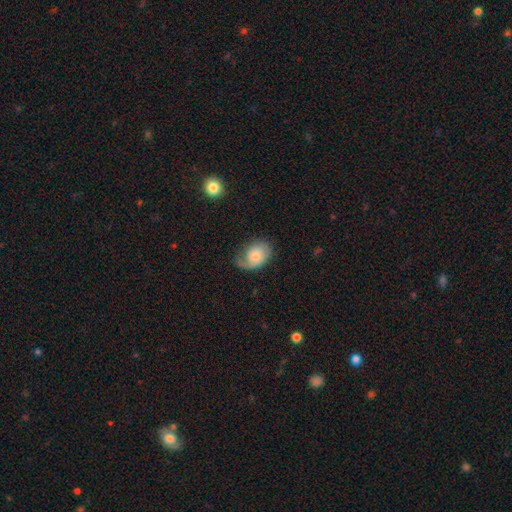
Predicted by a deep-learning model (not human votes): Overall: smooth (49%; featured or disk 44%). Merging: none (47%; minor disturbance 29%).